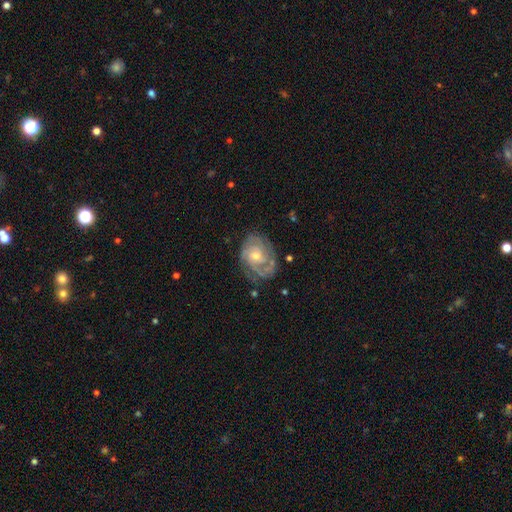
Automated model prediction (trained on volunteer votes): A featured or disk galaxy (83%) with no bar (70%), 2 (31%) tight (63%) spiral arms (94%) and a small central bulge (48%, tied with moderate). Merging: none (68%).